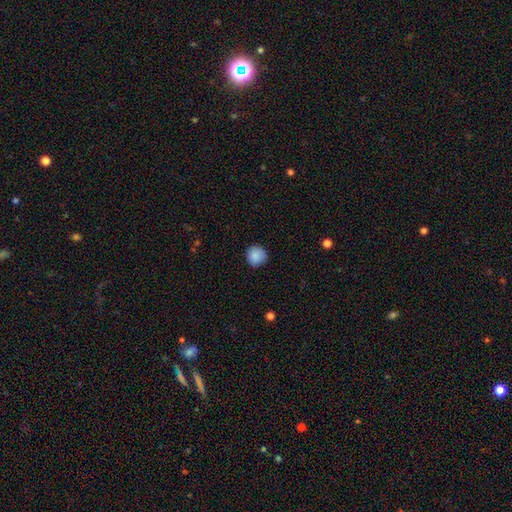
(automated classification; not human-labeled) Overall: smooth (88%). How rounded: round (93%). Merging: none (83%).